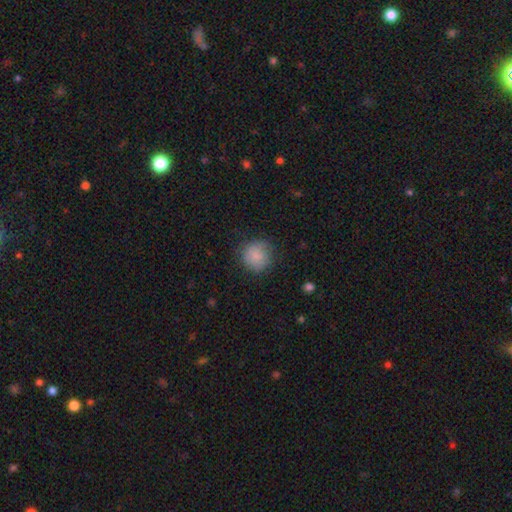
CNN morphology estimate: This appears to be a smooth galaxy with no disk features (84%) that is round (92%). Merging: none (76%).